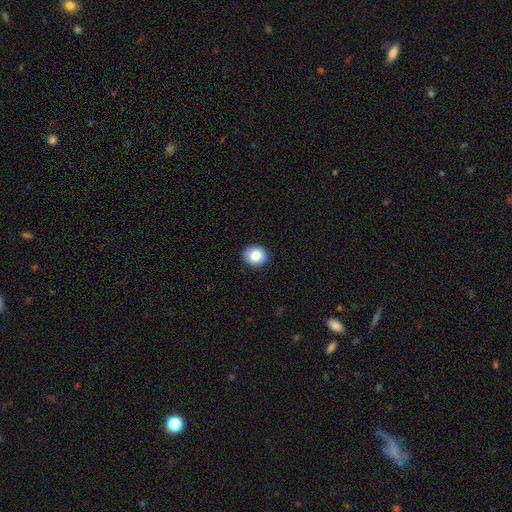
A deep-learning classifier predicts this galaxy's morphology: Smooth or featured?
  - smooth: 85% *
  - star or artifact: 8%
  - featured or disk: 7%
How rounded?
  - round: 73% *
  - in between: 26%
  - cigar-shaped: 1%
Merging?
  - none: 91% *
  - minor disturbance: 7%
  - major disturbance: 2%
  - merger: 1%